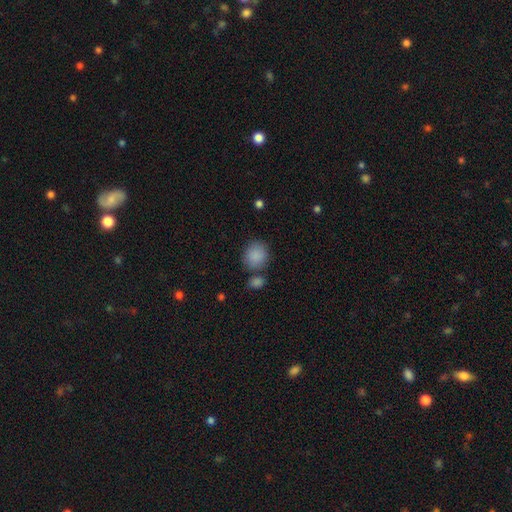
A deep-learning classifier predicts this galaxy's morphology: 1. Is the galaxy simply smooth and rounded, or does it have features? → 88% smooth, 8% star or artifact, 4% featured or disk.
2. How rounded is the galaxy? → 76% round, 23% in between, 1% cigar-shaped.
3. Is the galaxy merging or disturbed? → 71% none, 13% minor disturbance, 12% merger, 4% major disturbance.